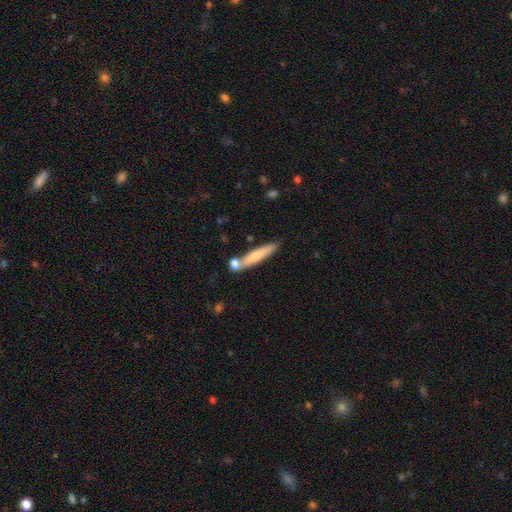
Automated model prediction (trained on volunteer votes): A smooth galaxy with no disk features (70%) that is cigar-shaped (91%). Merging: none (68%).